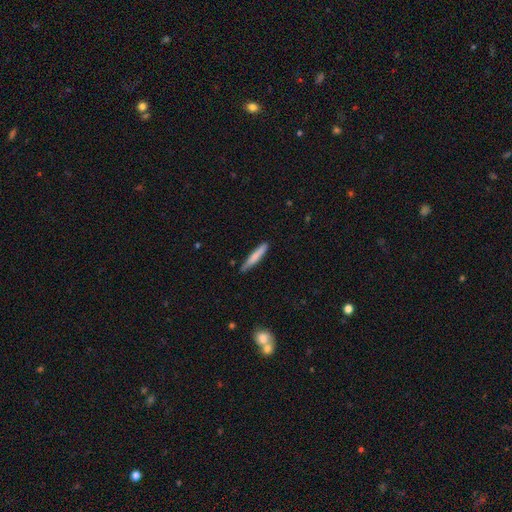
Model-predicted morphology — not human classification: smooth_or_featured: smooth (p=0.77) [alt: featured or disk p=0.17]
how_rounded: cigar-shaped (p=0.93) [alt: in between p=0.06]
merging: none (p=0.81) [alt: minor disturbance p=0.15]